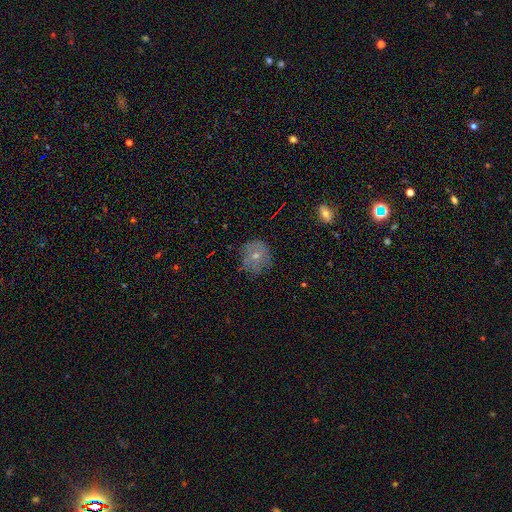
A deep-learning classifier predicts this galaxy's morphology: smooth_or_featured: smooth (p=0.61) [alt: featured or disk p=0.26]
how_rounded: round (p=0.87) [alt: in between p=0.12]
merging: none (p=0.72) [alt: minor disturbance p=0.20]